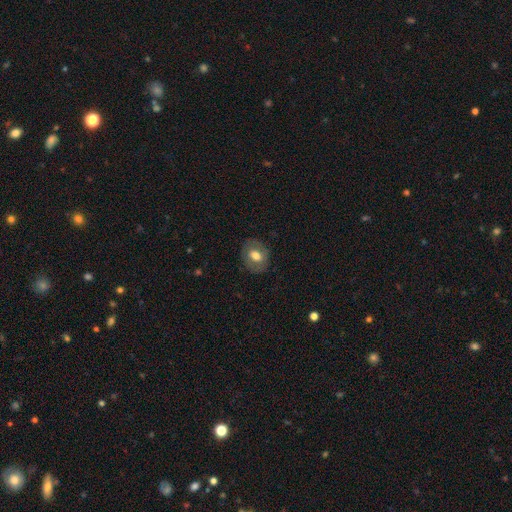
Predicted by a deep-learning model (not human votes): Smooth or featured? smooth (65%)
How rounded? in between (53%)
Merging? none (83%)